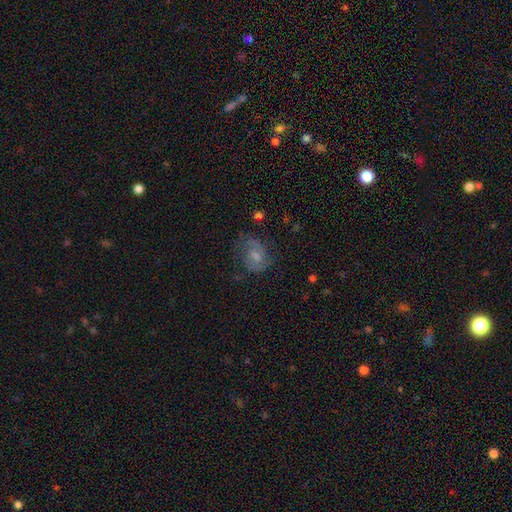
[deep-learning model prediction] A featured or disk galaxy (52%).

Vote fractions:
- Smooth or featured? featured or disk: 52% / smooth: 38% / star or artifact: 11%
- Edge-on disk? no: 97% / yes: 3%
- Merging? none: 56% / minor disturbance: 24% / major disturbance: 18% / merger: 2%